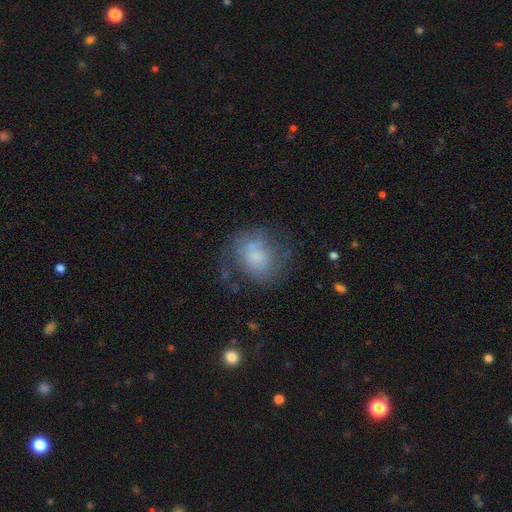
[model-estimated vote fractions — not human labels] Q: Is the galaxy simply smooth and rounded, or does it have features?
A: smooth — 46%.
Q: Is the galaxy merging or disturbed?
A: none — 47%.